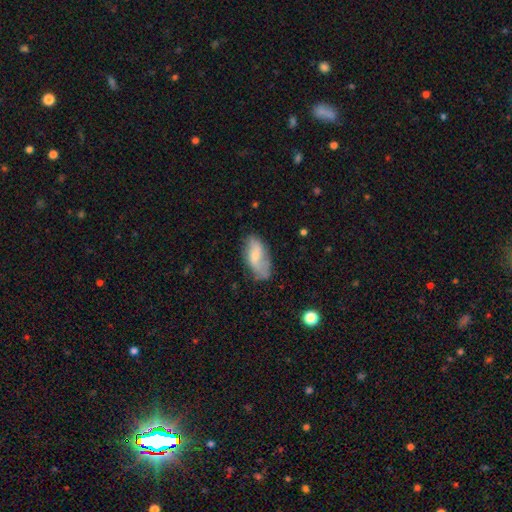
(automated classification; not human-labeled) Smooth or featured? Predicted: smooth (p=0.54). How rounded? Predicted: in between (p=0.90). Merging? Predicted: none (p=0.61).